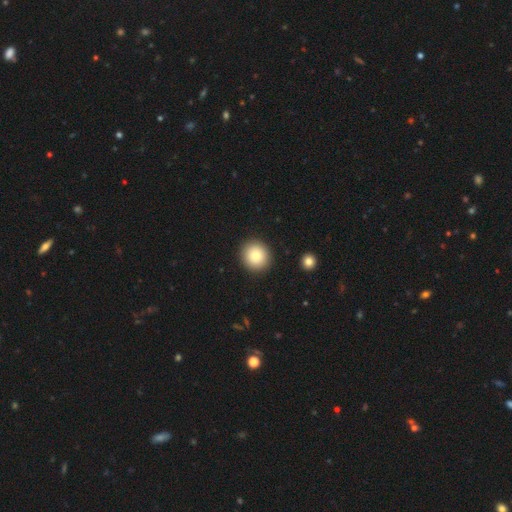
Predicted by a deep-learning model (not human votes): This is clearly a smooth galaxy (83%). How rounded: clearly round (91%). Merging: clearly none (91%).